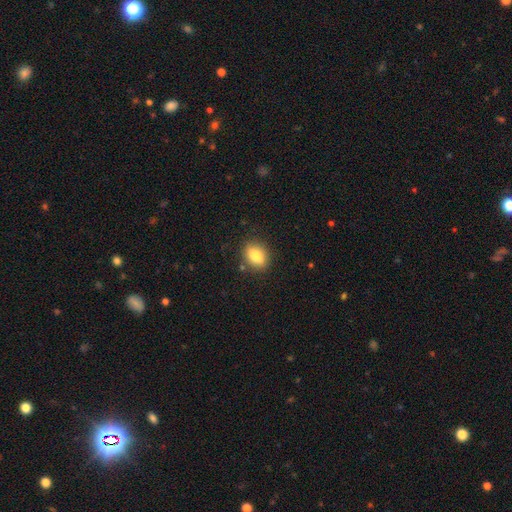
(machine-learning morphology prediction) Smooth or featured?
  - smooth: 80% *
  - featured or disk: 12%
  - star or artifact: 9%
How rounded?
  - in between: 74% *
  - round: 22%
  - cigar-shaped: 4%
Merging?
  - none: 85% *
  - minor disturbance: 11%
  - major disturbance: 3%
  - merger: 2%